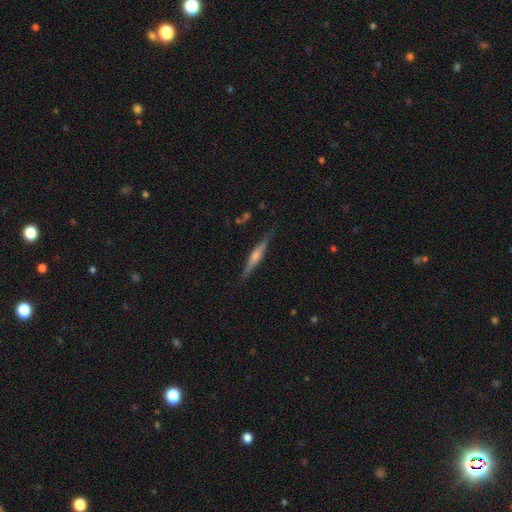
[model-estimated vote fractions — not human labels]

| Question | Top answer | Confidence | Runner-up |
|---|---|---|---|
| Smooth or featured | featured or disk | 66% | smooth (27%) |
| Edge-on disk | yes | 97% | no (3%) |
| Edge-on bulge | rounded | 74% | boxy (15%) |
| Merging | none | 86% | minor disturbance (10%) |